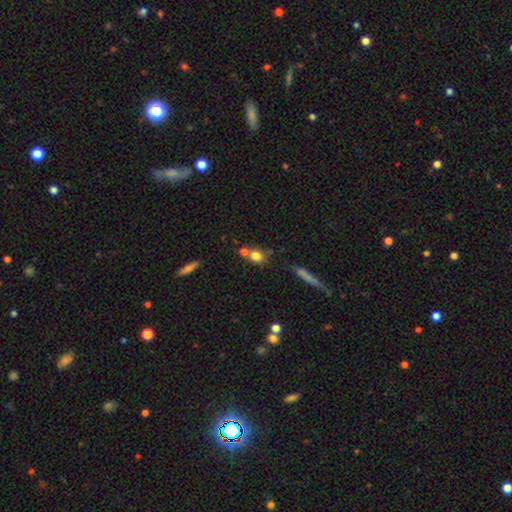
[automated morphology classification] smooth-or-featured: smooth: 76% | featured or disk: 12% | star or artifact: 11%
  how-rounded: round: 72% | in between: 23% | cigar-shaped: 5%
  merging: none: 49% | merger: 34% | minor disturbance: 11% | major disturbance: 5%